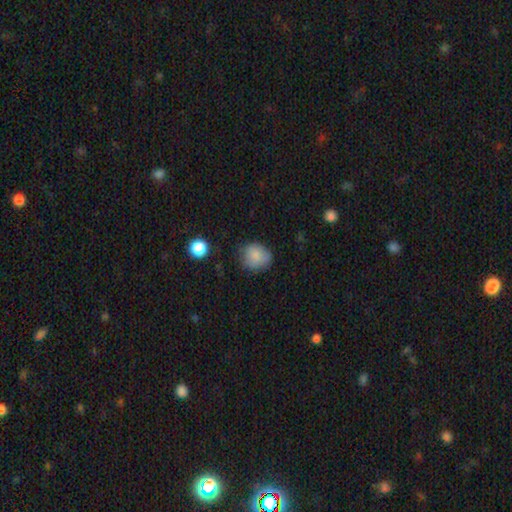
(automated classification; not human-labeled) Morphology: type=smooth (83%); roundness=round (69%); merging=none (67%).